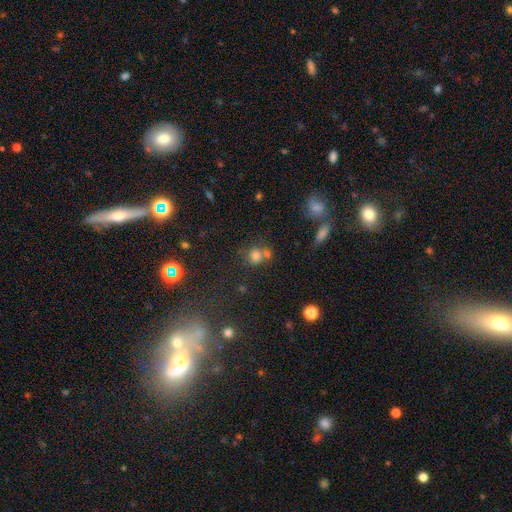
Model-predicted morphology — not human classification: The model was most divided on "merging": none: 46%, merger: 37%, minor disturbance: 11%, major disturbance: 6%. More confident: how rounded — round (78%); smooth or featured — smooth (73%).